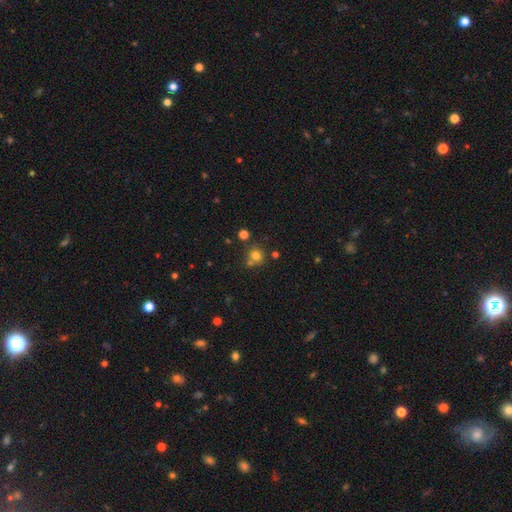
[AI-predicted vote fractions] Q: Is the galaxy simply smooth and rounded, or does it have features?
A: smooth — 72%.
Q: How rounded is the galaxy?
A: round — 87%.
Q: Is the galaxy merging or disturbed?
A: none — 63%.